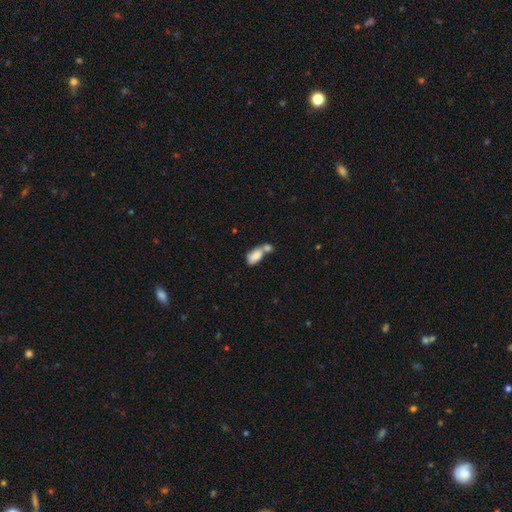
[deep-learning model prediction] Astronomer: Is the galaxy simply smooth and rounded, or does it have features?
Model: smooth — 79%.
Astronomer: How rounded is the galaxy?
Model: in between — 92%.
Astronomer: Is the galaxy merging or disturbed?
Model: merger — 61%.